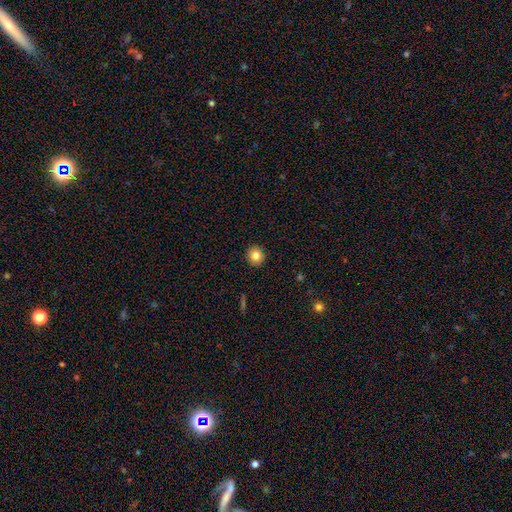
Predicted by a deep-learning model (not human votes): This is clearly a smooth galaxy (82%). How rounded: clearly round (92%). Merging: clearly none (92%).